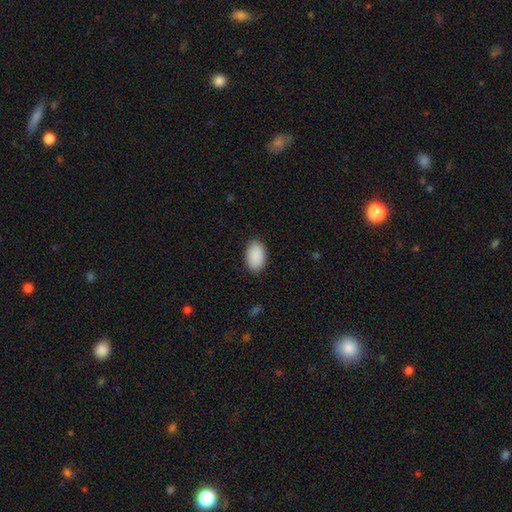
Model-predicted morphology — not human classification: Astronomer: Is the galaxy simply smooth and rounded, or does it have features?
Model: smooth — 91%.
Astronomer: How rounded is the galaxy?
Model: in between — 93%.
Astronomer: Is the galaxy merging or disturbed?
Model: none — 87%.